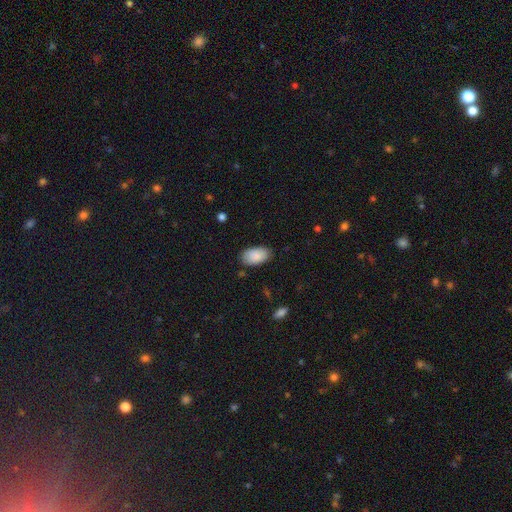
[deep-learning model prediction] smooth_or_featured: smooth (p=0.89) [alt: star or artifact p=0.06]
how_rounded: in between (p=0.95) [alt: round p=0.04]
merging: none (p=0.82) [alt: minor disturbance p=0.14]